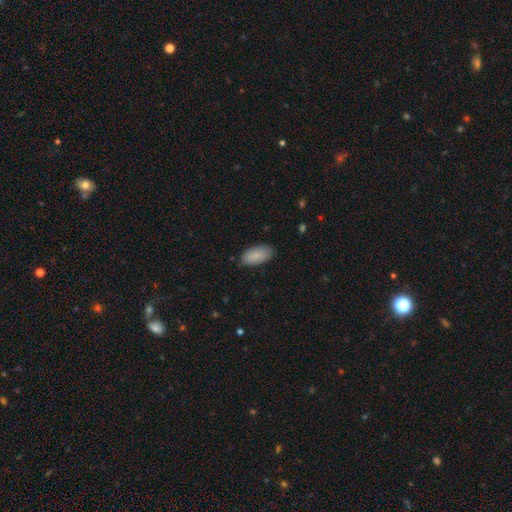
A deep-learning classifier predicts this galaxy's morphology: Smooth or featured? Predicted: smooth (p=0.86). How rounded? Predicted: in between (p=0.93). Merging? Predicted: none (p=0.81).